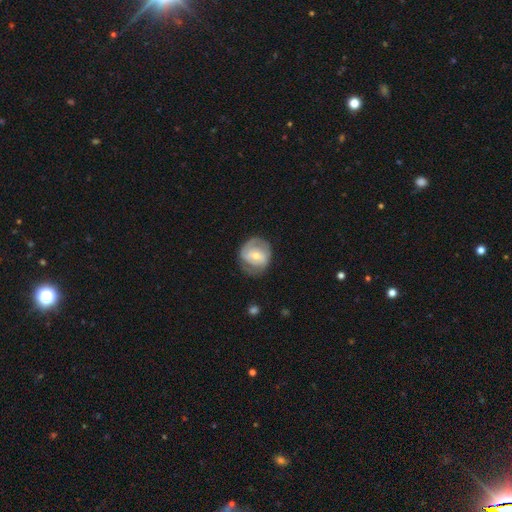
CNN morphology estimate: Q: Smooth or featured?
A: featured or disk (69%); runner-up: smooth (26%)
Q: Edge-on disk?
A: no (97%); runner-up: yes (3%)
Q: Bar?
A: no (43%); runner-up: weak (41%)
Q: Spiral arms?
A: yes (82%); runner-up: no (18%)
Q: Spiral winding?
A: tight (51%); runner-up: medium (36%)
Q: Spiral arm count?
A: 2 (67%); runner-up: can't tell (19%)
Q: Bulge size?
A: moderate (54%); runner-up: small (41%)
Q: Merging?
A: none (65%); runner-up: minor disturbance (22%)